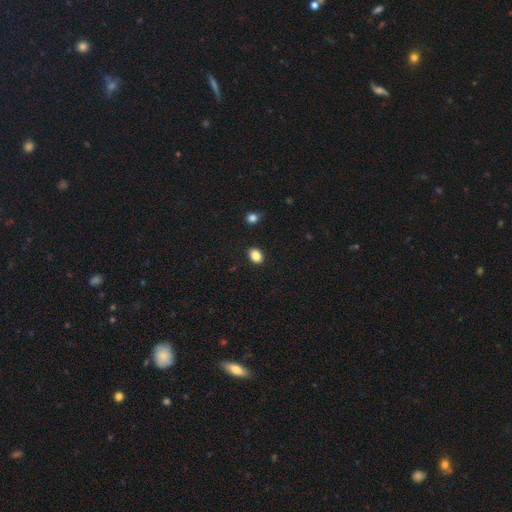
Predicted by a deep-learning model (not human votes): The model was most divided on "how rounded": in between: 62%, round: 37%, cigar-shaped: 1%. More confident: merging — none (89%); smooth or featured — smooth (85%).